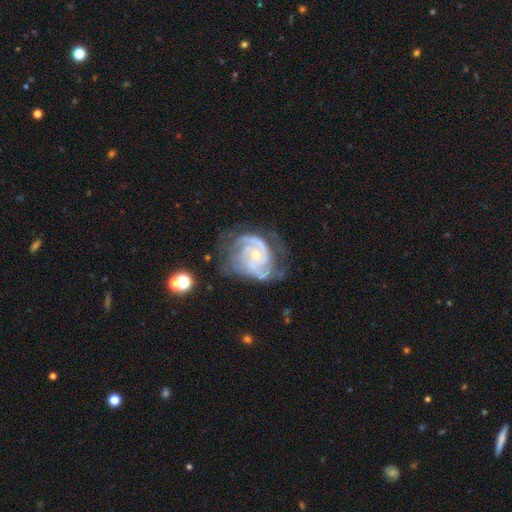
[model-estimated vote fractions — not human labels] Morphology: type=featured or disk (91%); edge-on=no (98%); bar=no (67%); spiral arms=yes (98%); winding=tight (54%); arm count=2 (43%); bulge=small (60%); merging=none (57%).